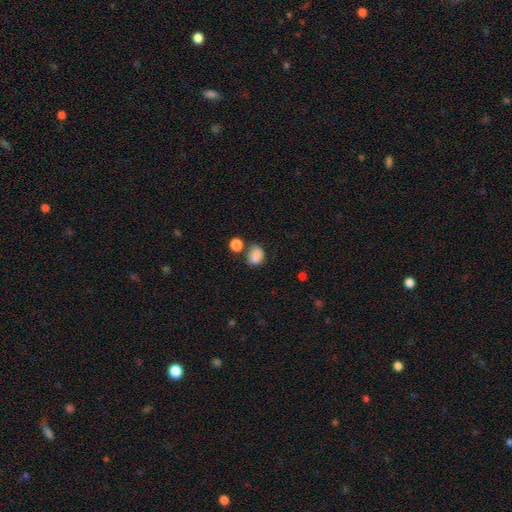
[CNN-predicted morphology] The model was most divided on "how rounded": in between: 62%, round: 37%, cigar-shaped: 1%. More confident: smooth or featured — smooth (83%); merging — none (54%).